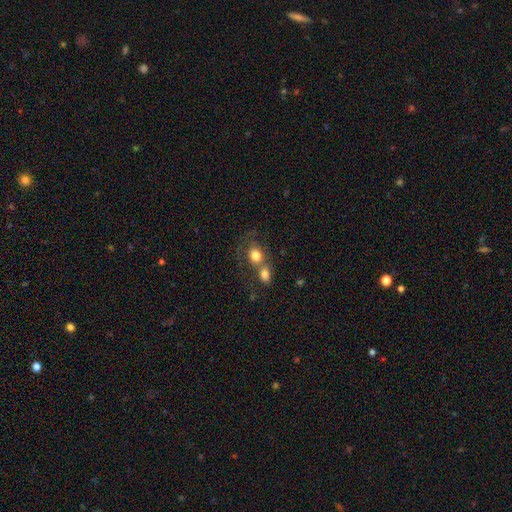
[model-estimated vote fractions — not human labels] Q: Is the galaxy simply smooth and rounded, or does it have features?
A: smooth — 78%.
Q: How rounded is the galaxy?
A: round — 60%.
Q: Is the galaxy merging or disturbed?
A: merger — 54%.